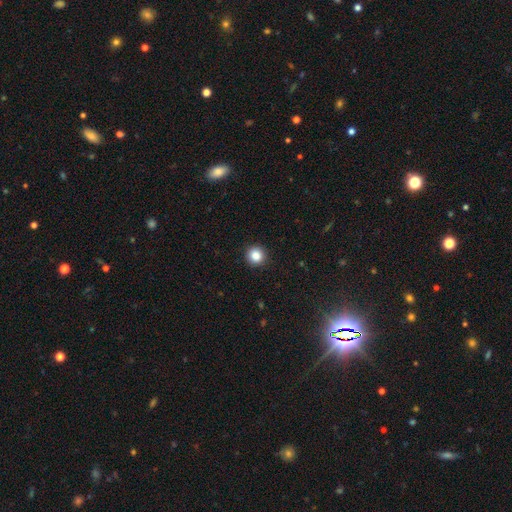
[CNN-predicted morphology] This appears to be a smooth galaxy with no disk features (86%) that is round (94%). Merging: none (92%).